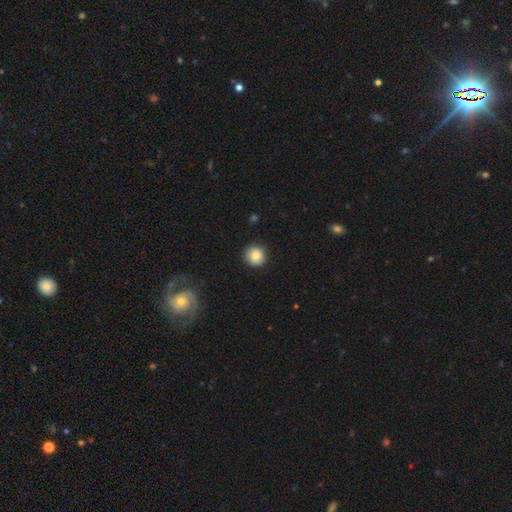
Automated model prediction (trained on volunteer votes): The model was most divided on "smooth or featured": smooth: 83%, star or artifact: 9%, featured or disk: 8%. More confident: how rounded — round (92%); merging — none (88%).